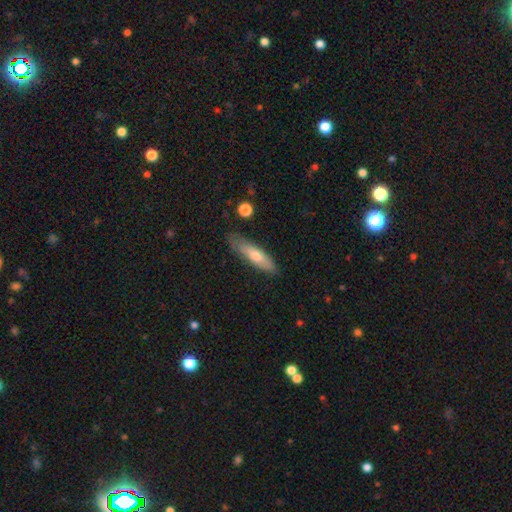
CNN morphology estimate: The model was most divided on "smooth or featured": smooth: 63%, featured or disk: 31%, star or artifact: 6%. More confident: merging — none (76%); how rounded — cigar-shaped (69%).